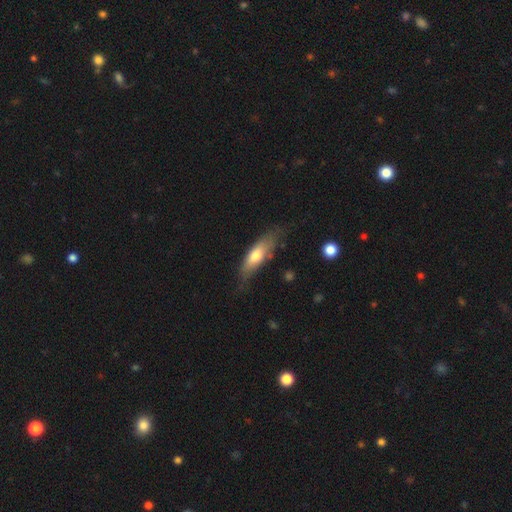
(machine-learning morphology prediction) type=smooth (63%); roundness=in between (50%); merging=none (61%).